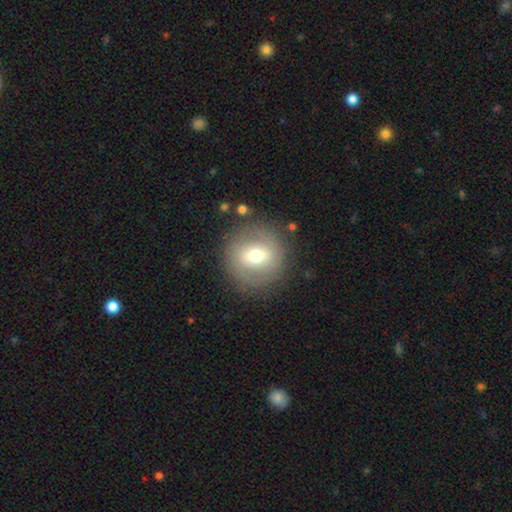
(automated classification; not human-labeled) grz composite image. It shows a smooth galaxy with no disk features (55%) that is round (91%). Merging: none (84%).